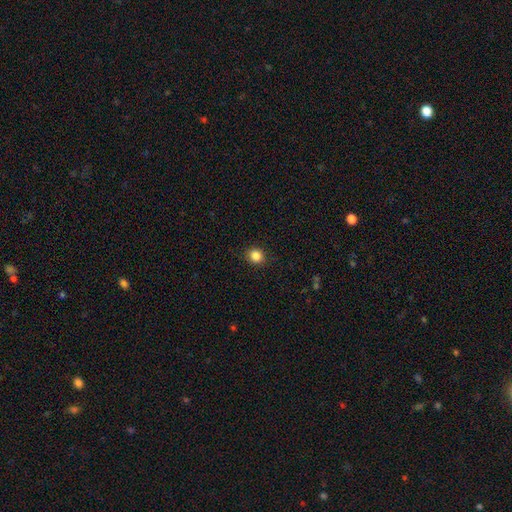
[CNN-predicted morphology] A smooth galaxy with no disk features (86%) that is round (82%).

Vote fractions:
- Smooth or featured? smooth: 86% / star or artifact: 11% / featured or disk: 4%
- How rounded? round: 82% / in between: 17% / cigar-shaped: 1%
- Merging? none: 90% / minor disturbance: 7% / major disturbance: 2% / merger: 1%